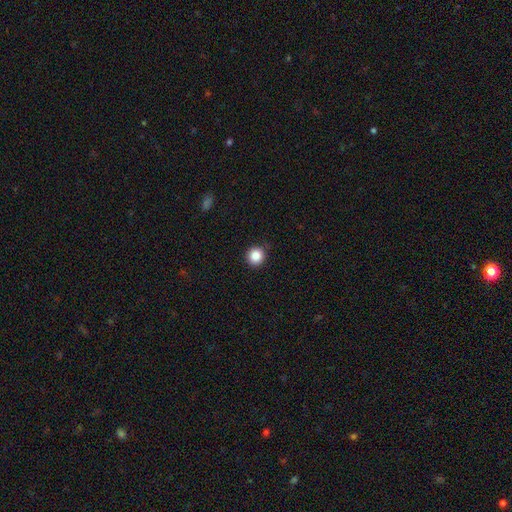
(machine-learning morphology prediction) smooth-or-featured: smooth: 86% | star or artifact: 10% | featured or disk: 4%
  how-rounded: round: 93% | in between: 6% | cigar-shaped: 1%
  merging: none: 88% | minor disturbance: 9% | major disturbance: 2% | merger: 1%